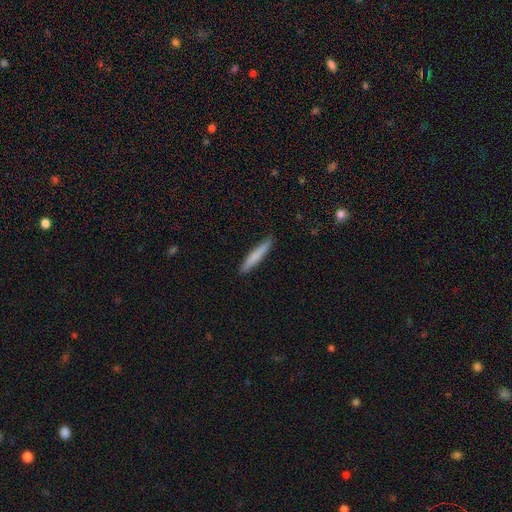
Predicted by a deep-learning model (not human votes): Smooth or featured? Predicted: smooth (p=0.77). How rounded? Predicted: cigar-shaped (p=0.94). Merging? Predicted: none (p=0.90).